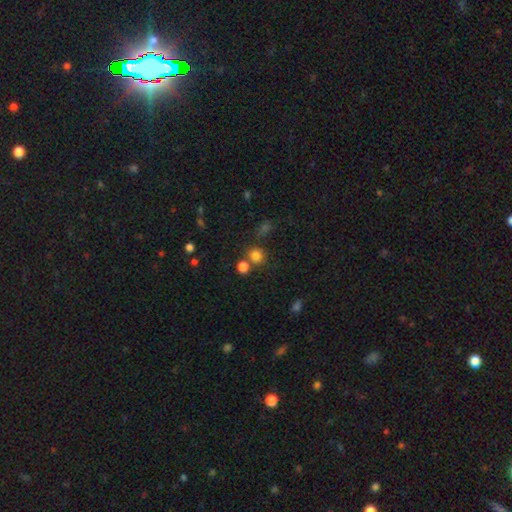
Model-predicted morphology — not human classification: A smooth galaxy with no disk features (78%) that is round (86%). Merging: none (67%).